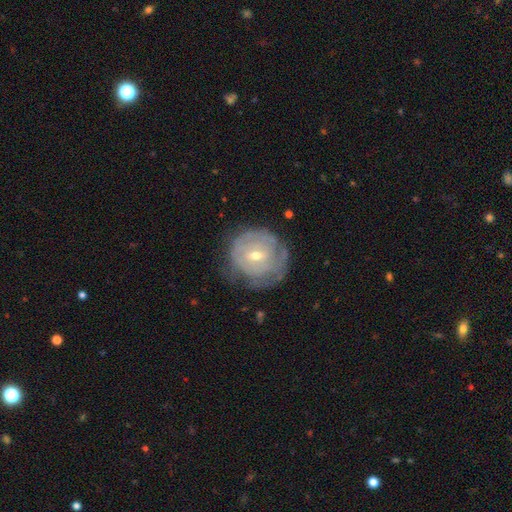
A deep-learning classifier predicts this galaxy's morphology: type=featured or disk (68%); edge-on=no (97%); bar=weak (46%); spiral arms=yes (71%); bulge=small (54%); merging=none (65%).